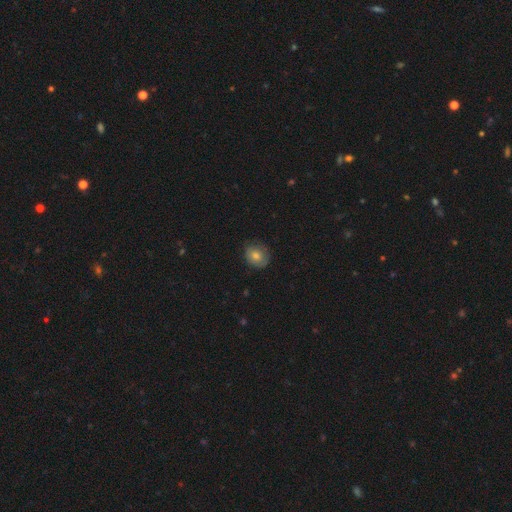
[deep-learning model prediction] This is likely a smooth galaxy (69%). How rounded: likely round (69%). Merging: likely none (76%).